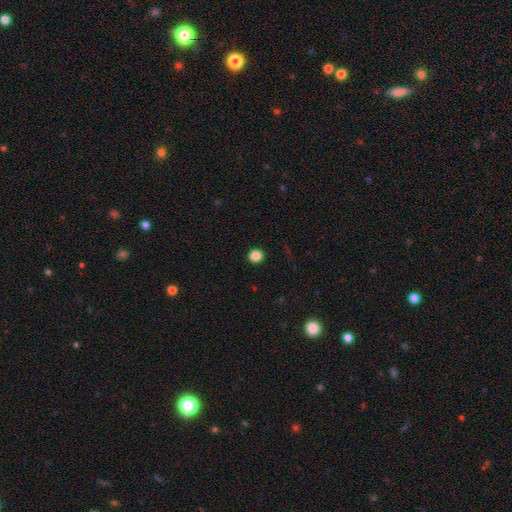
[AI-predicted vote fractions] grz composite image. It shows a smooth galaxy with no disk features (86%) that is round (88%). Merging: none (93%).